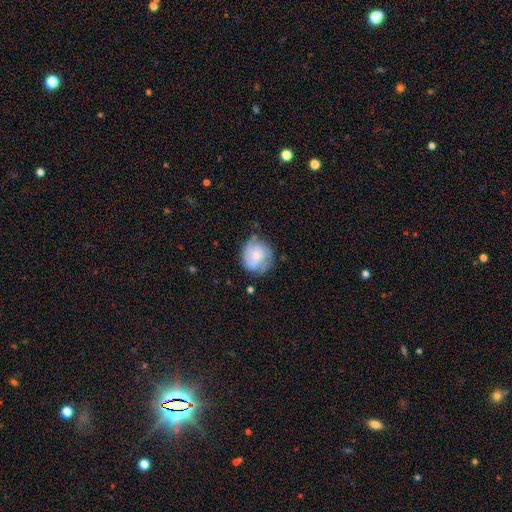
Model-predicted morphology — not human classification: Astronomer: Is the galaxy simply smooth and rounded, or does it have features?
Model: featured or disk — 58% (runner-up: smooth, 35%).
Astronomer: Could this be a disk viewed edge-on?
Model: no — 97%.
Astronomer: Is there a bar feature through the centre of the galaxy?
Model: no — 70%.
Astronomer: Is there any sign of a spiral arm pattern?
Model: yes — 85%.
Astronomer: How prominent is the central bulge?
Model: small — 53% (runner-up: moderate, 38%).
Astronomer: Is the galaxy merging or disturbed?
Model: none — 59%.